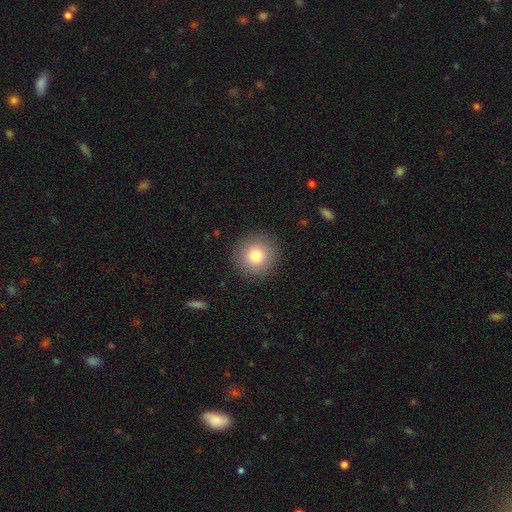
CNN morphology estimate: This is clearly a smooth galaxy (83%). How rounded: clearly round (94%). Merging: clearly none (90%).